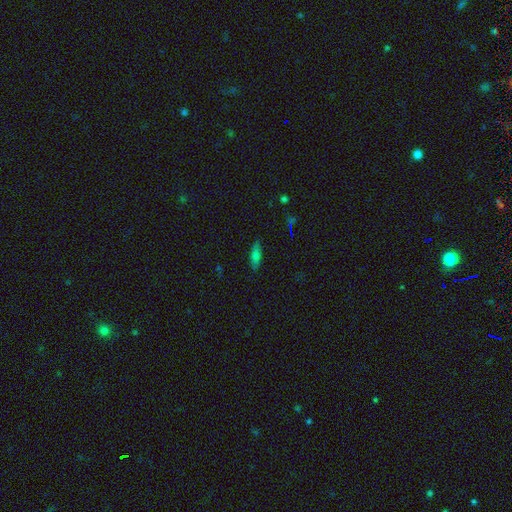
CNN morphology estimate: Q: Smooth or featured?
A: smooth (66%); runner-up: featured or disk (22%)
Q: How rounded?
A: cigar-shaped (51%); runner-up: in between (46%)
Q: Merging?
A: none (85%); runner-up: minor disturbance (11%)